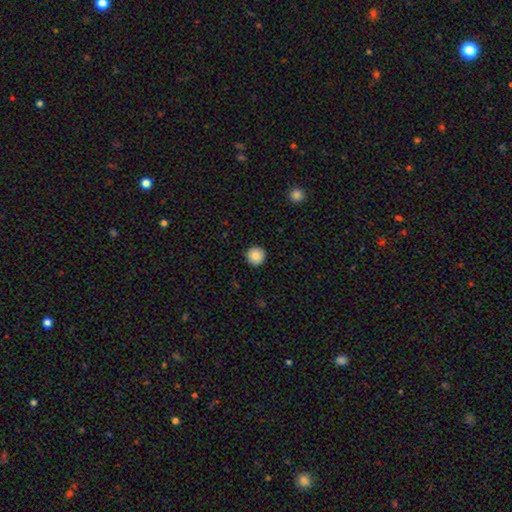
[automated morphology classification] Smooth or featured? smooth (85%)
How rounded? round (96%)
Merging? none (93%)